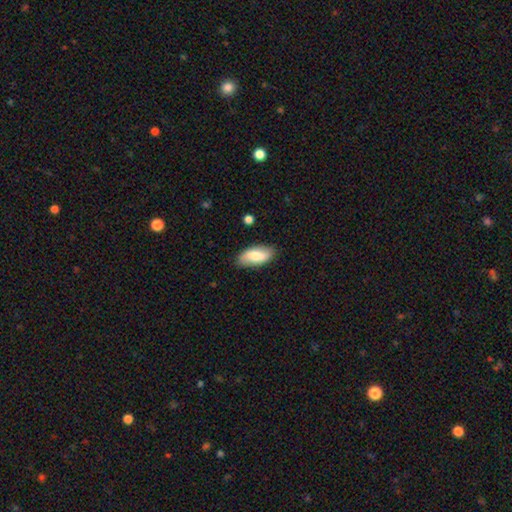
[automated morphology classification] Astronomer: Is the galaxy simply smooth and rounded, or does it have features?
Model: smooth — 71%.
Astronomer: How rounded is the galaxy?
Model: in between — 90%.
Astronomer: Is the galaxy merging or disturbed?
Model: none — 83%.